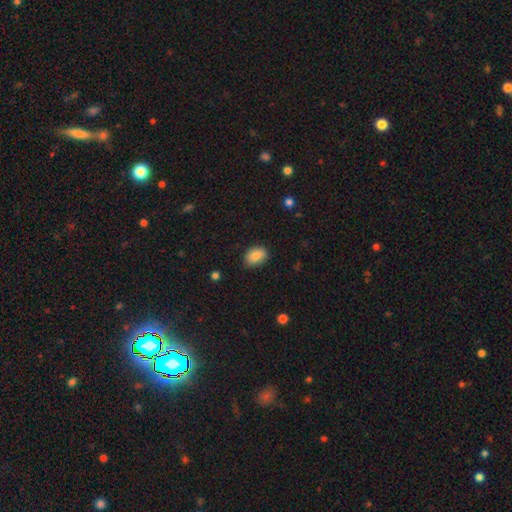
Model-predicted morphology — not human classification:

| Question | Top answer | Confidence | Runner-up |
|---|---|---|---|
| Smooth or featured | smooth | 85% | star or artifact (8%) |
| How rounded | in between | 80% | round (18%) |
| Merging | none | 80% | minor disturbance (16%) |